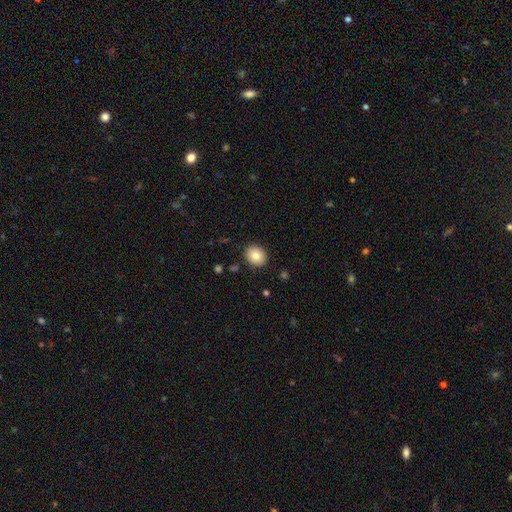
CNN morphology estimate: Smooth or featured?
  - smooth: 84% *
  - star or artifact: 9%
  - featured or disk: 8%
How rounded?
  - round: 69% *
  - in between: 31%
  - cigar-shaped: 1%
Merging?
  - none: 90% *
  - minor disturbance: 7%
  - major disturbance: 2%
  - merger: 1%